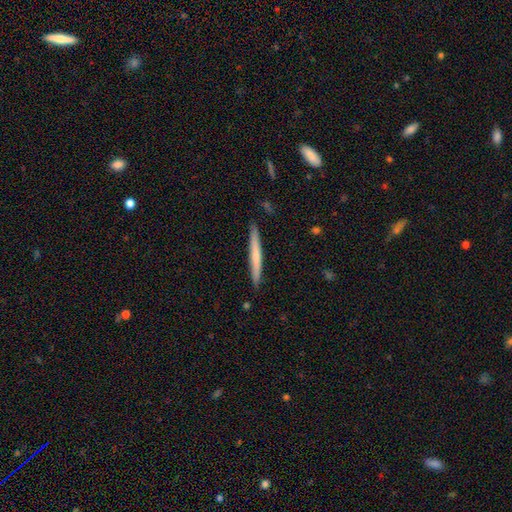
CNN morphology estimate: Smooth or featured? Predicted: smooth (p=0.55). How rounded? Predicted: cigar-shaped (p=0.96). Merging? Predicted: none (p=0.90).